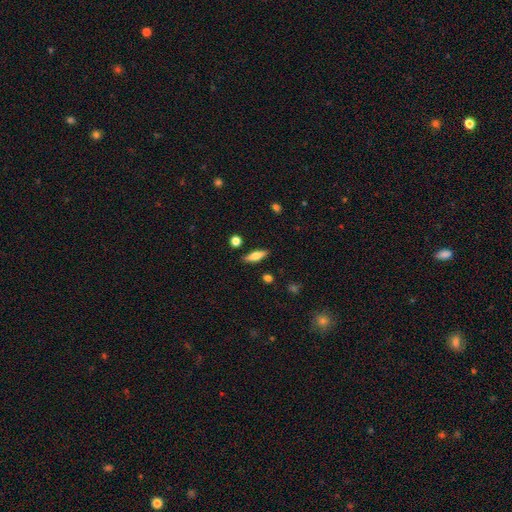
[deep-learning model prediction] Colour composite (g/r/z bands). It shows a smooth galaxy with no disk features (57%) that is in between round and cigar-shaped (52%). Merging: none (86%).